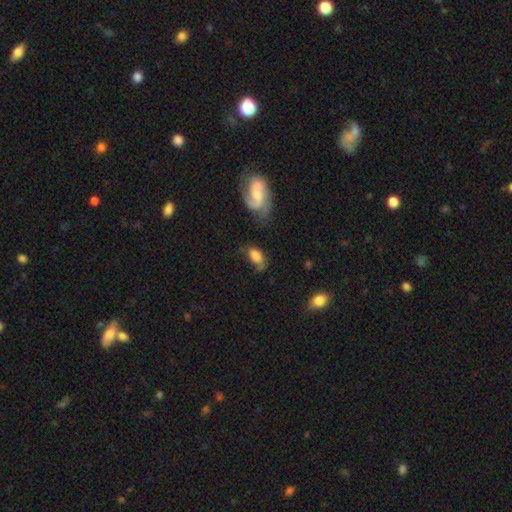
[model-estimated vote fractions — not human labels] smooth-or-featured: smooth: 71% | featured or disk: 20% | star or artifact: 9%
  how-rounded: in between: 88% | round: 9% | cigar-shaped: 3%
  merging: none: 47% | minor disturbance: 29% | major disturbance: 17% | merger: 7%